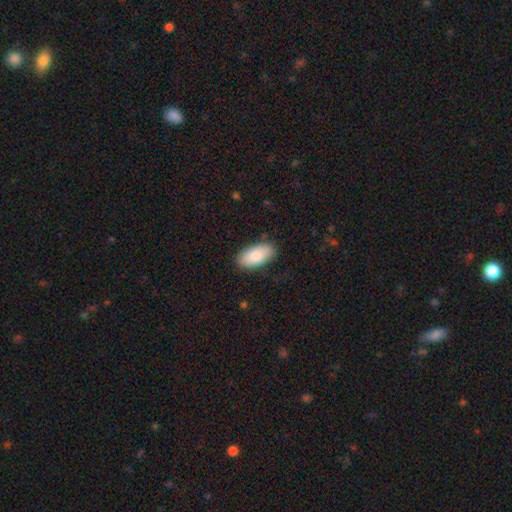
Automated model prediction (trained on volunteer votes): Smooth or featured?
  - smooth: 86% *
  - featured or disk: 9%
  - star or artifact: 6%
How rounded?
  - in between: 94% *
  - cigar-shaped: 4%
  - round: 2%
Merging?
  - none: 85% *
  - minor disturbance: 11%
  - major disturbance: 3%
  - merger: 1%